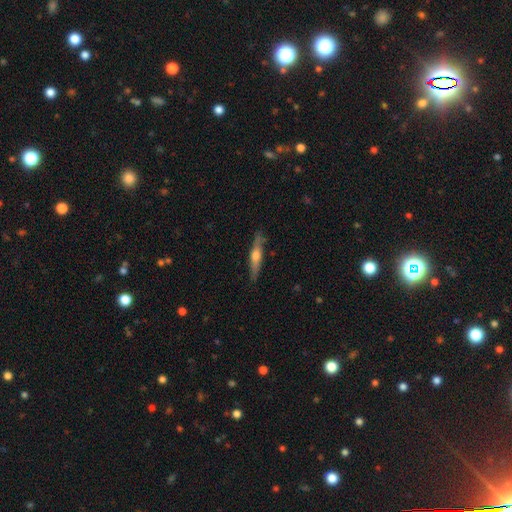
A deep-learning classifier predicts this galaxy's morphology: Smooth or featured? featured or disk (57%)
Edge-on disk? yes (95%)
Edge-on bulge? rounded (87%)
Merging? none (86%)